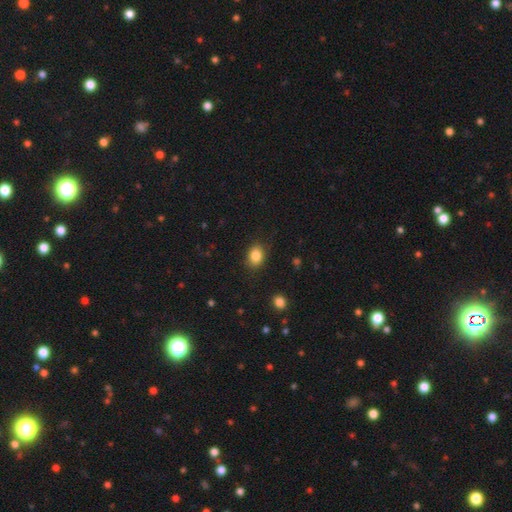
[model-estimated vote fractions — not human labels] Morphology: type=smooth (85%); roundness=in between (59%); merging=none (85%).